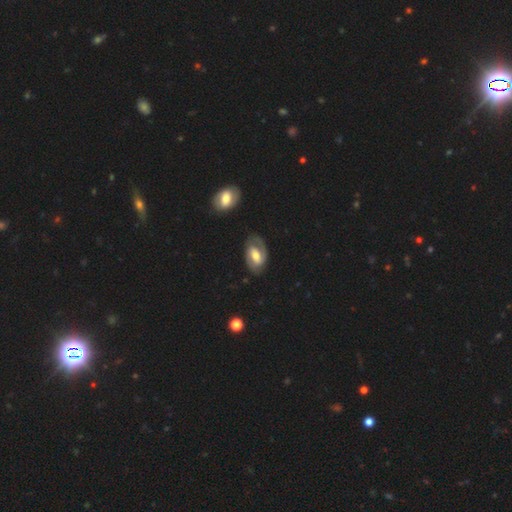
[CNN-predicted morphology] A featured or disk galaxy (73%) with a weak bar (46%), 2 (83%) medium (44%) spiral arms (87%) and a moderate central bulge (60%).

Vote fractions:
- Smooth or featured? featured or disk: 73% / smooth: 22% / star or artifact: 5%
- Edge-on disk? no: 96% / yes: 4%
- Bar? weak: 46% / strong: 28% / no: 26%
- Spiral arms? yes: 87% / no: 13%
- Spiral winding? medium: 44% / tight: 41% / loose: 15%
- Spiral arm count? 2: 83% / can't tell: 8% / 1: 6% / 3: 1% / 4: 1% / more than 4: 1%
- Bulge size? moderate: 60% / small: 22% / large: 14% / none: 2% / dominant: 2%
- Merging? none: 76% / minor disturbance: 16% / major disturbance: 6% / merger: 2%